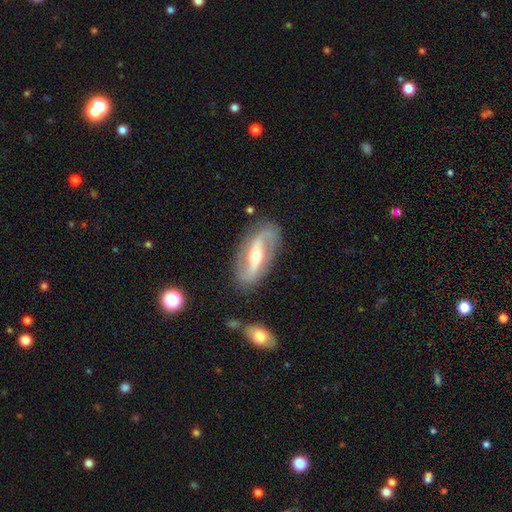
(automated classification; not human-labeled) Morphology: type=featured or disk (85%); edge-on=no (92%); bar=strong (49%); spiral arms=yes (91%); winding=loose (43%); arm count=2 (91%); bulge=moderate (62%); merging=none (84%).